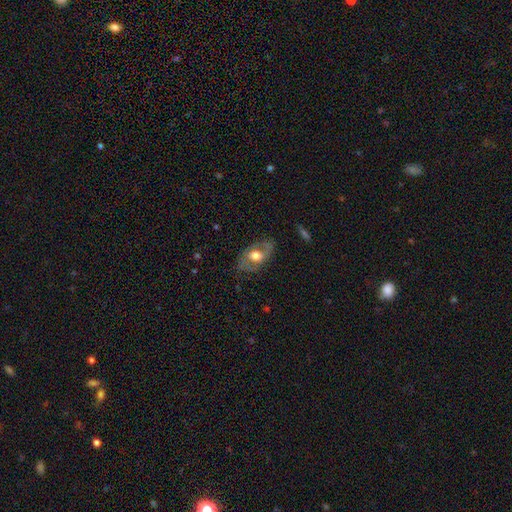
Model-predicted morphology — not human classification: A featured or disk galaxy (58%) with no bar (70%), no spiral arms (50%, tied with yes) and a moderate central bulge (46%). Merging: none (69%).